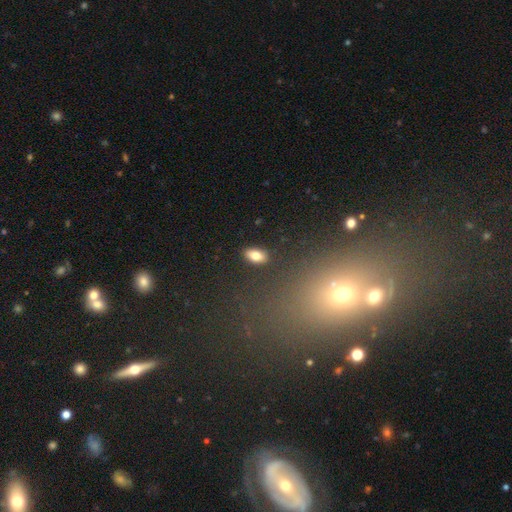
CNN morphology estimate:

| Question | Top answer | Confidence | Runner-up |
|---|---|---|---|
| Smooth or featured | smooth | 80% | featured or disk (11%) |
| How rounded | in between | 91% | round (5%) |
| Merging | none | 88% | minor disturbance (8%) |